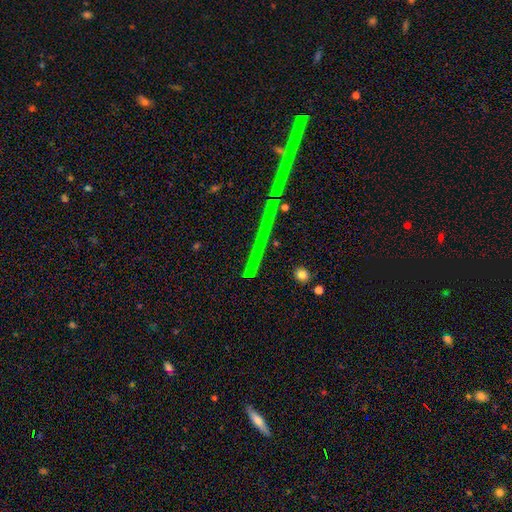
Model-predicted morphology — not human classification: Smooth or featured? Predicted: star or artifact (p=0.72).